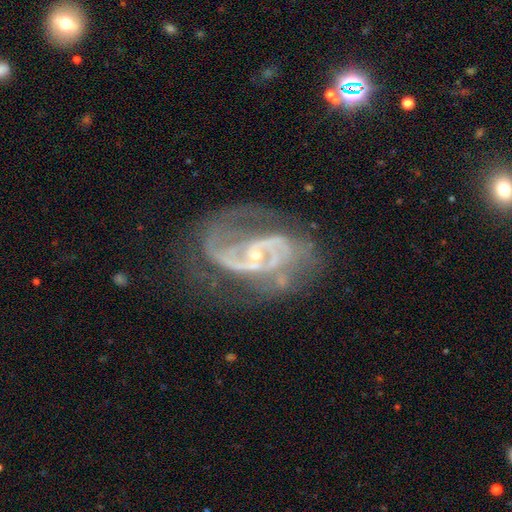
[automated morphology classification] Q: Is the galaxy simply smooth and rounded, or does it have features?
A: featured or disk — 89%.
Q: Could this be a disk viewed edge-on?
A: no — 97%.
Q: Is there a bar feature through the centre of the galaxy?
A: no — 43%.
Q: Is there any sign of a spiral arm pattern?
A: yes — 95%.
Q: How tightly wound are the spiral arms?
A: medium — 53%.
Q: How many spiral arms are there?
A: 2 — 69%.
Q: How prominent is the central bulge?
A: small — 76%.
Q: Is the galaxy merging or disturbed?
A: none — 54%.